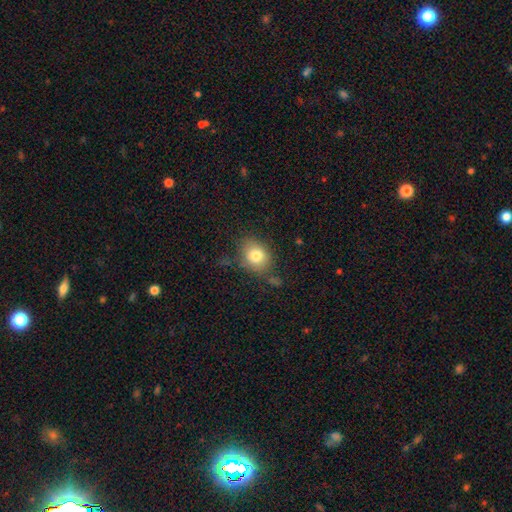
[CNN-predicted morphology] smooth_or_featured: smooth (p=0.79) [alt: featured or disk p=0.12]
how_rounded: round (p=0.52) [alt: in between p=0.47]
merging: none (p=0.69) [alt: minor disturbance p=0.19]